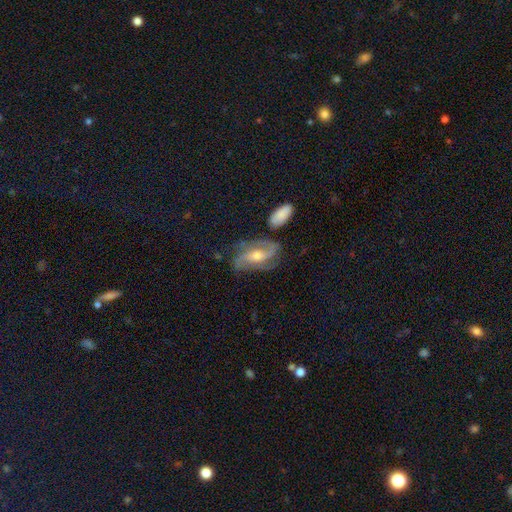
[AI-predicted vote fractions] Morphology: type=featured or disk (81%); edge-on=no (95%); bar=weak (41%); spiral arms=yes (95%); winding=medium (49%); arm count=2 (56%); bulge=moderate (65%); merging=none (68%).